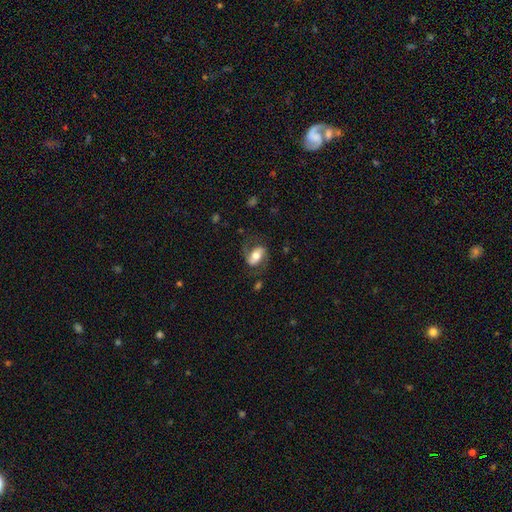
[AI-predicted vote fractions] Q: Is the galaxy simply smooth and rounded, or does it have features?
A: featured or disk — 61%.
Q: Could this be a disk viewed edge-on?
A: no — 95%.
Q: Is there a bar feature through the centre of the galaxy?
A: strong — 34%, tied with no.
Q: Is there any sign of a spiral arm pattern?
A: yes — 88%.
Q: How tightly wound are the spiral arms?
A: medium — 46%.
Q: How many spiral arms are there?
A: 2 — 88%.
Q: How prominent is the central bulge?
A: moderate — 56%.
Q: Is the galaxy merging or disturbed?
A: none — 65%.